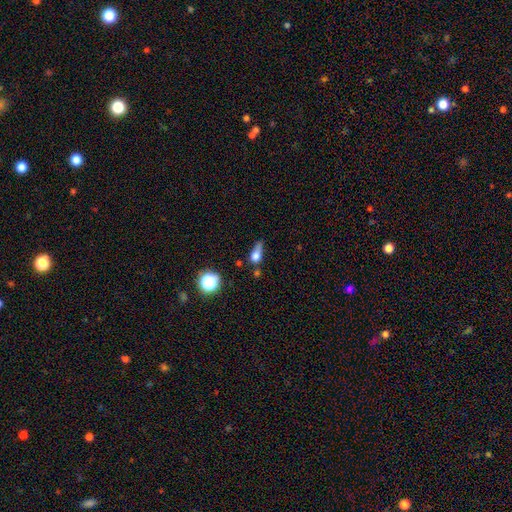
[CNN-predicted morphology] Smooth or featured?
  - smooth: 66% *
  - featured or disk: 20%
  - star or artifact: 14%
How rounded?
  - in between: 47% *
  - round: 38%
  - cigar-shaped: 15%
Merging?
  - none: 31% *
  - minor disturbance: 30%
  - major disturbance: 25%
  - merger: 13%